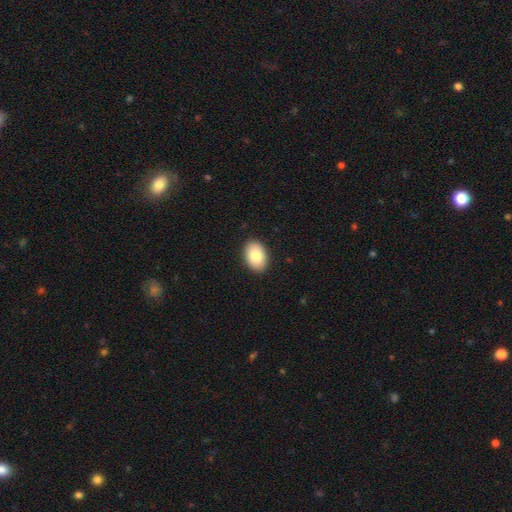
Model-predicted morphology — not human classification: A smooth galaxy with no disk features (83%) that is in between round and cigar-shaped (86%). Merging: none (90%).